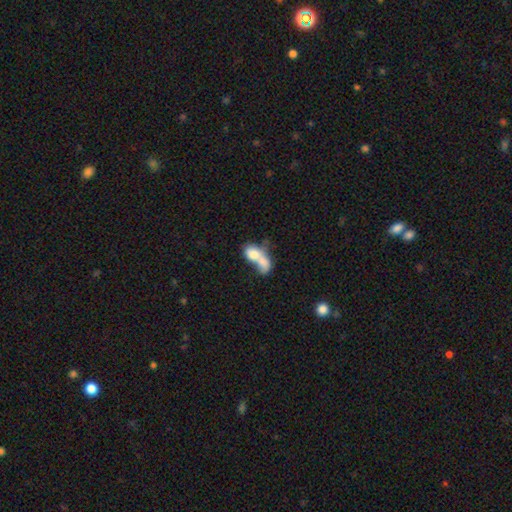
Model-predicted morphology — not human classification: Overall: smooth (70%). How rounded: in between (75%). Merging: merger (78%).